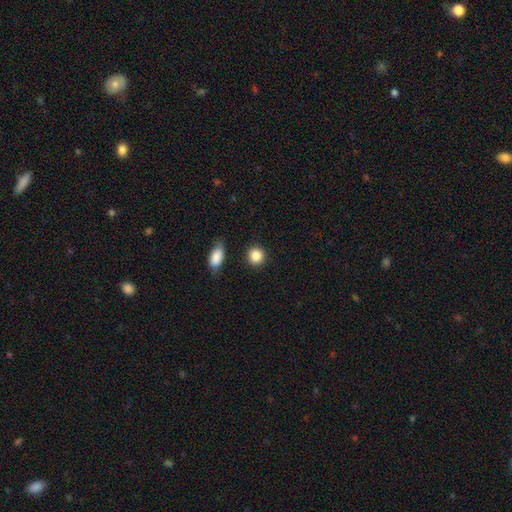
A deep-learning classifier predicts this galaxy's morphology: This appears to be a smooth galaxy with no disk features (87%) that is round (84%). Merging: none (85%).